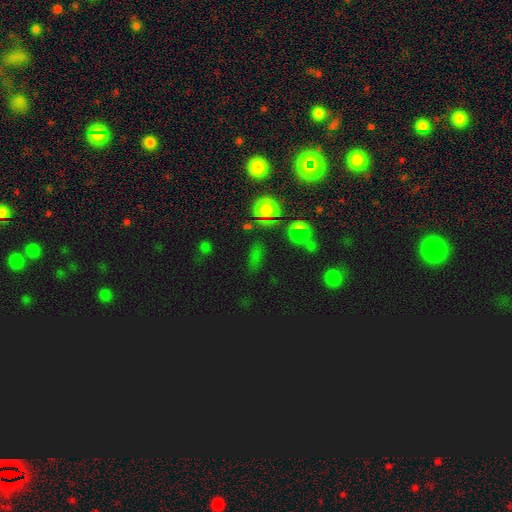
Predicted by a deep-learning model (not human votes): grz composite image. It shows a star or artifact, not a galaxy (46%).